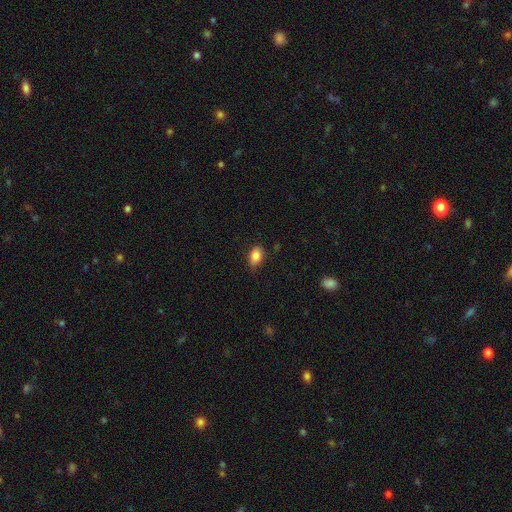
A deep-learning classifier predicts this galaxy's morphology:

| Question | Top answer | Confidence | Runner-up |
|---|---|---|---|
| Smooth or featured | smooth | 86% | star or artifact (8%) |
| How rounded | in between | 86% | round (13%) |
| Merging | none | 79% | minor disturbance (17%) |